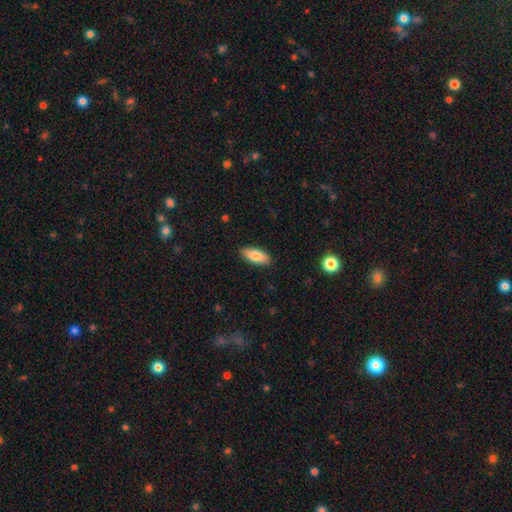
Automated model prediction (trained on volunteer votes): smooth 83%, featured or disk 10%, star or artifact 6%. Down the decision tree: how rounded — in between (81%); merging — none (89%).